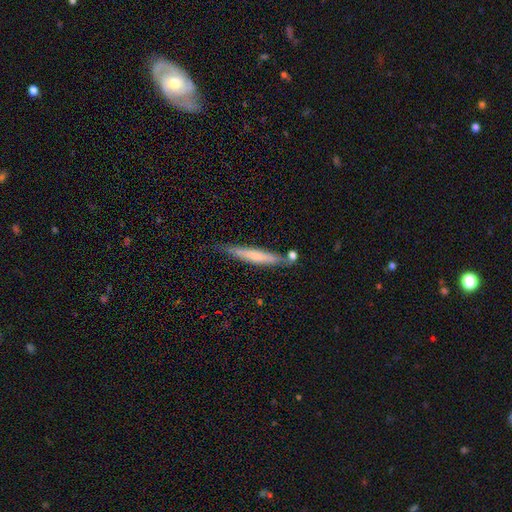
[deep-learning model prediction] This appears to be a smooth galaxy with no disk features (57%) that is cigar-shaped (94%). Merging: none (66%).